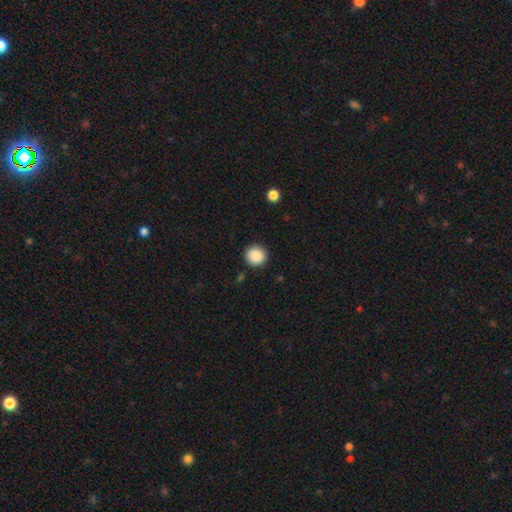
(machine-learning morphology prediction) The model was most divided on "smooth or featured": smooth: 89%, star or artifact: 9%, featured or disk: 3%. More confident: how rounded — round (93%); merging — none (91%).